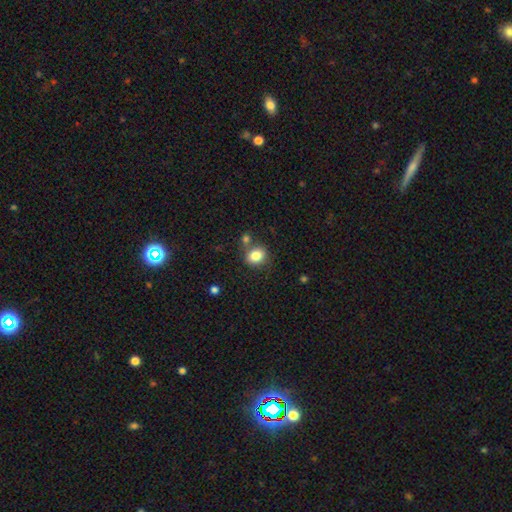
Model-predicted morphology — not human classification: A smooth galaxy with no disk features (83%) that is round (60%).

Vote fractions:
- Smooth or featured? smooth: 83% / star or artifact: 10% / featured or disk: 7%
- How rounded? round: 60% / in between: 39% / cigar-shaped: 1%
- Merging? none: 68% / merger: 16% / minor disturbance: 13% / major disturbance: 4%